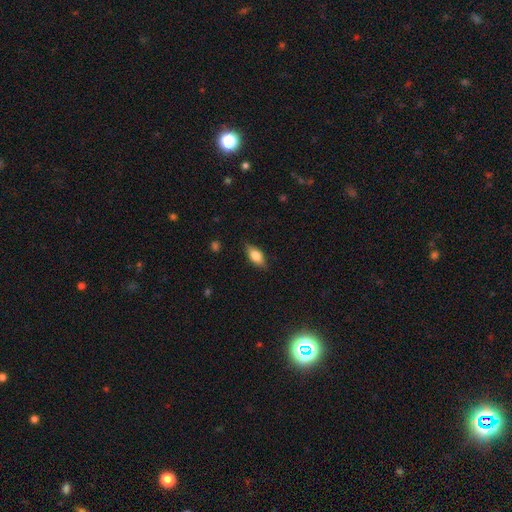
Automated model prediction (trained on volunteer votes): A smooth galaxy with no disk features (69%) that is in between round and cigar-shaped (82%).

Vote fractions:
- Smooth or featured? smooth: 69% / featured or disk: 24% / star or artifact: 7%
- How rounded? in between: 82% / cigar-shaped: 14% / round: 5%
- Merging? none: 82% / minor disturbance: 14% / major disturbance: 3% / merger: 1%